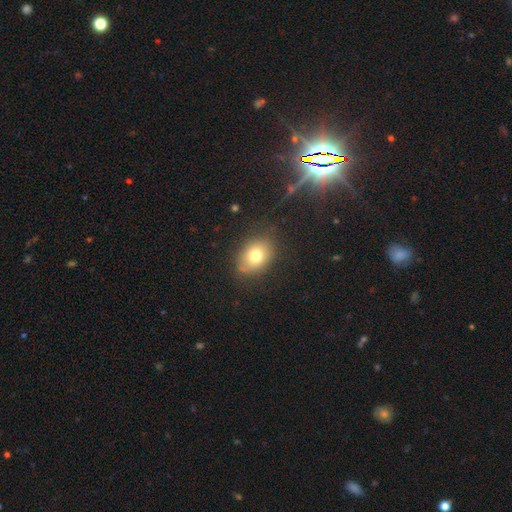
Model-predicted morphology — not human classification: smooth-or-featured: smooth: 76% | featured or disk: 14% | star or artifact: 11%
  how-rounded: in between: 71% | round: 28% | cigar-shaped: 1%
  merging: none: 79% | minor disturbance: 15% | major disturbance: 5% | merger: 2%